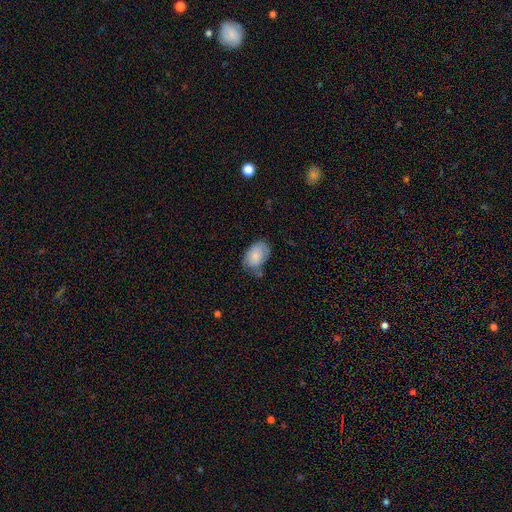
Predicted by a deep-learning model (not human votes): Morphology: type=smooth (79%); roundness=in between (88%); merging=none (51%).